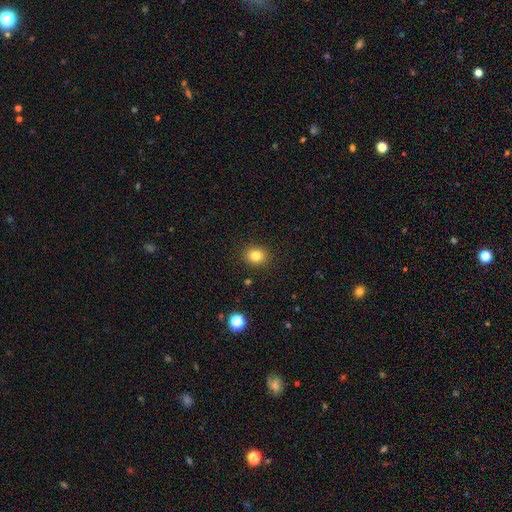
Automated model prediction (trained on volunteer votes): Morphology: type=smooth (82%); roundness=round (67%); merging=none (90%).